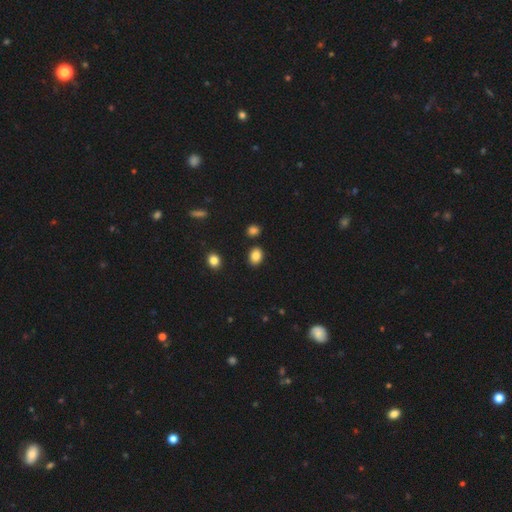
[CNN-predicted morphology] smooth 85%, star or artifact 10%, featured or disk 5%. Down the decision tree: how rounded — in between (66%); merging — none (84%).